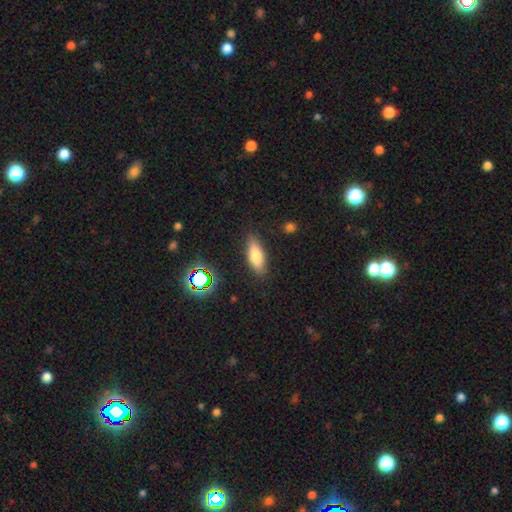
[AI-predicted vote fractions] Q: Smooth or featured?
A: smooth (76%); runner-up: featured or disk (15%)
Q: How rounded?
A: in between (66%); runner-up: cigar-shaped (31%)
Q: Merging?
A: none (84%); runner-up: minor disturbance (12%)